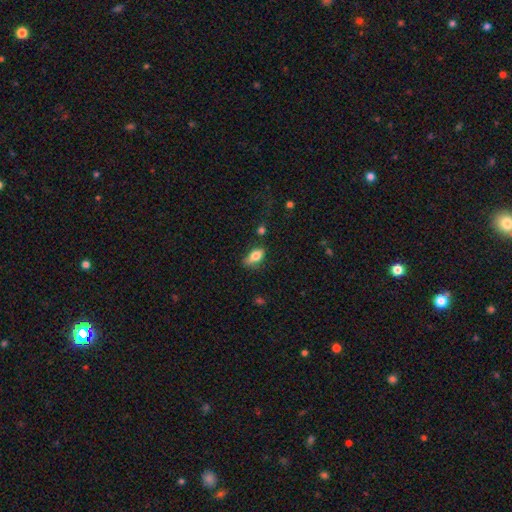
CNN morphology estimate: Q: Smooth or featured?
A: smooth (79%); runner-up: featured or disk (14%)
Q: How rounded?
A: in between (86%); runner-up: cigar-shaped (9%)
Q: Merging?
A: none (64%); runner-up: minor disturbance (25%)